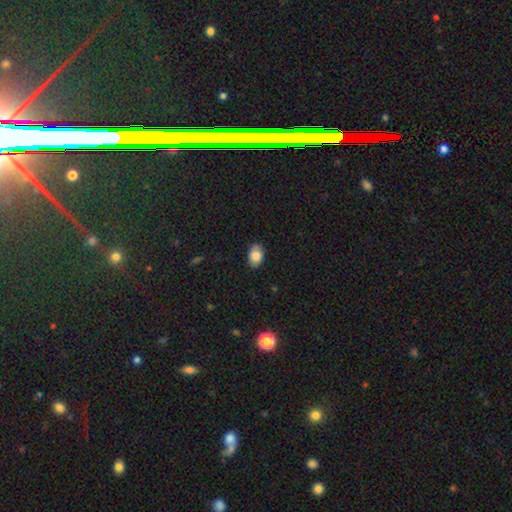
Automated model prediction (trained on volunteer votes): Smooth or featured? Predicted: smooth (p=0.84). How rounded? Predicted: in between (p=0.86). Merging? Predicted: none (p=0.83).